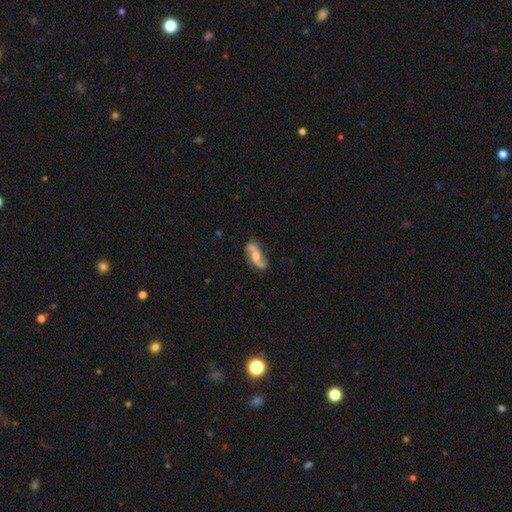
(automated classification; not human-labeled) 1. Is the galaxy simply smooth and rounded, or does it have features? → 76% featured or disk, 18% smooth, 6% star or artifact.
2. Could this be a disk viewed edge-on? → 94% no, 6% yes.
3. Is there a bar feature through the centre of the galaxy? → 54% no, 36% weak, 11% strong.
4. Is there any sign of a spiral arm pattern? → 93% yes, 7% no.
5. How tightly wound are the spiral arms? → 65% loose, 28% medium, 7% tight.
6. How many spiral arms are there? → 91% 2, 4% can't tell, 3% 1, 1% 3, 1% 4, 1% more than 4.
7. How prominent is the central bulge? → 48% moderate, 27% small, 12% none, 11% large, 2% dominant.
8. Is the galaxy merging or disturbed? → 69% none, 18% minor disturbance, 8% major disturbance, 4% merger.